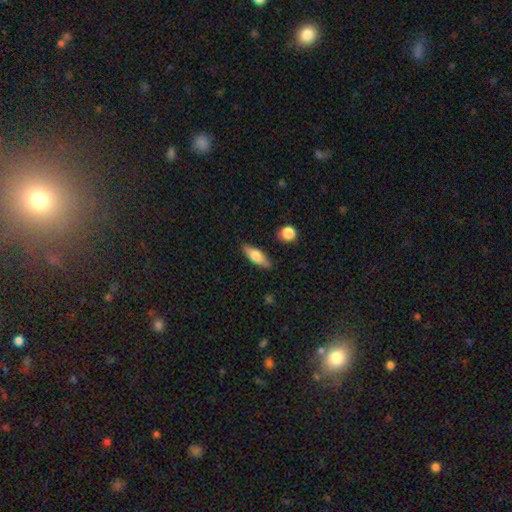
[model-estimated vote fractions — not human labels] smooth-or-featured: smooth: 60% | featured or disk: 33% | star or artifact: 7%
  how-rounded: in between: 54% | cigar-shaped: 42% | round: 3%
  merging: none: 84% | minor disturbance: 11% | major disturbance: 2% | merger: 2%